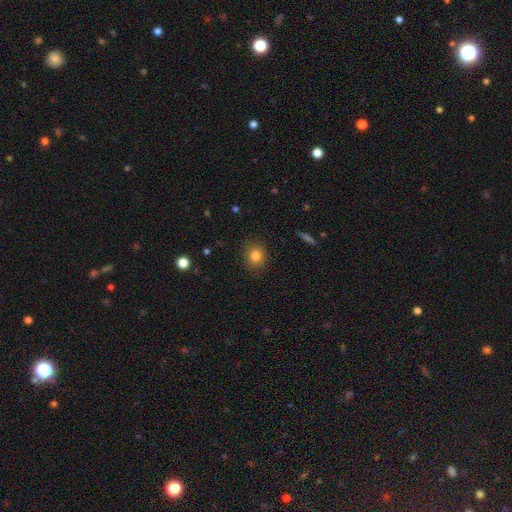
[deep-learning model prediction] Q: Smooth or featured?
A: smooth (82%); runner-up: star or artifact (11%)
Q: How rounded?
A: round (78%); runner-up: in between (21%)
Q: Merging?
A: none (86%); runner-up: minor disturbance (10%)